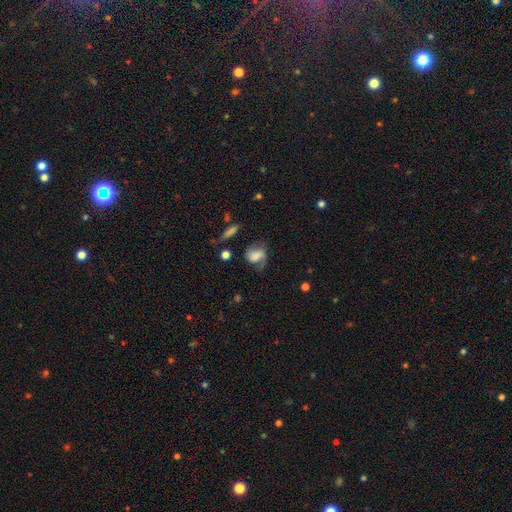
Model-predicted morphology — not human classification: The model was most divided on "smooth or featured": featured or disk: 51%, smooth: 40%, star or artifact: 10%. Remaining: edge-on disk — no (96%); merging — none (47%).